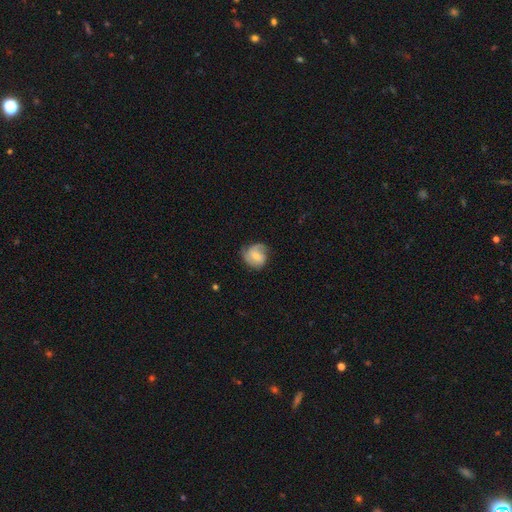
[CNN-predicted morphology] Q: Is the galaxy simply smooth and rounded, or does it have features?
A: featured or disk — 54%.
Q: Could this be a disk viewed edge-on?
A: no — 97%.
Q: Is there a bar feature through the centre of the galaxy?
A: no — 49%.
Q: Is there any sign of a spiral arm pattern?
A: yes — 87%.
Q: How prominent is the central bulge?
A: small — 51%.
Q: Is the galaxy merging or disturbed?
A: none — 61%.